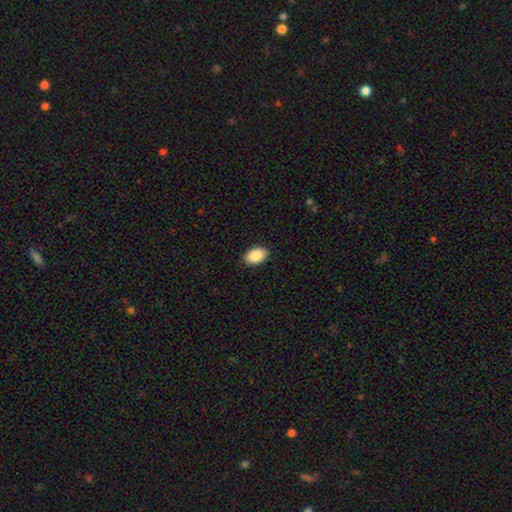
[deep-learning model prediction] Smooth or featured?
  - smooth: 90% *
  - star or artifact: 7%
  - featured or disk: 4%
How rounded?
  - in between: 93% *
  - round: 6%
  - cigar-shaped: 1%
Merging?
  - none: 90% *
  - minor disturbance: 7%
  - major disturbance: 2%
  - merger: 1%